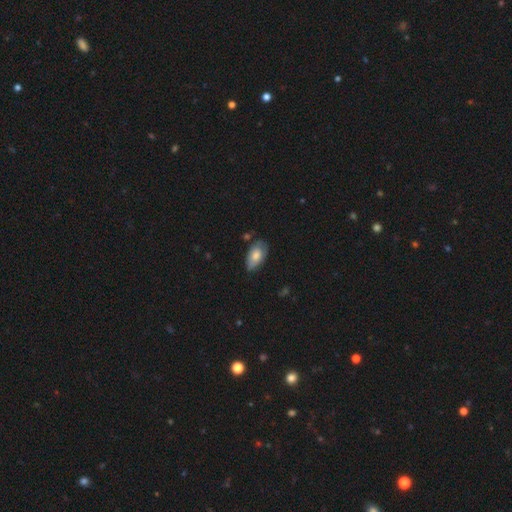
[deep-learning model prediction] Overall: smooth (72%). How rounded: in between (93%). Merging: none (62%; minor disturbance 29%).